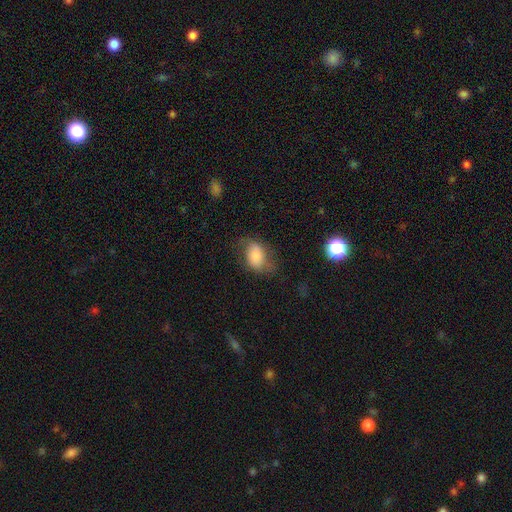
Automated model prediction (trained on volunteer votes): smooth 67%, featured or disk 24%, star or artifact 9%. Down the decision tree: how rounded — in between (85%); merging — none (55%).